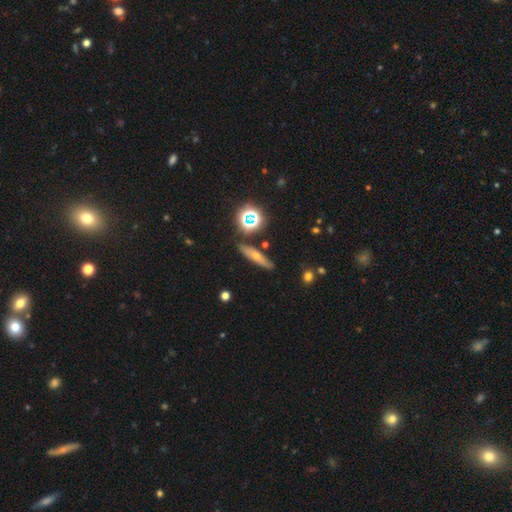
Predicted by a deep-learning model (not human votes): The model was most divided on "smooth or featured": smooth: 40%, featured or disk: 38%, star or artifact: 22%. More confident: merging — none (83%).